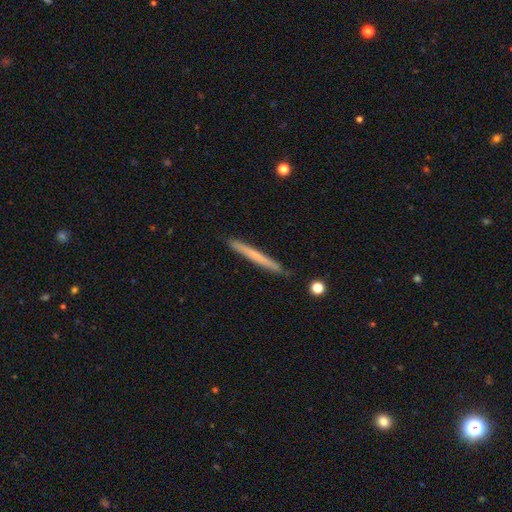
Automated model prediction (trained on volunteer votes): Smooth or featured?
  - smooth: 56% *
  - featured or disk: 38%
  - star or artifact: 5%
How rounded?
  - cigar-shaped: 97% *
  - in between: 2%
  - round: 1%
Merging?
  - none: 89% *
  - minor disturbance: 8%
  - merger: 1%
  - major disturbance: 1%